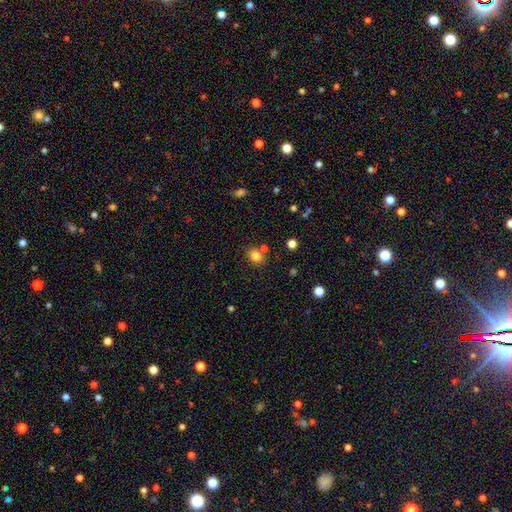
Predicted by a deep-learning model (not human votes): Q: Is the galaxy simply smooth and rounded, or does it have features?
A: smooth — 81%.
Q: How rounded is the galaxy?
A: round — 59%.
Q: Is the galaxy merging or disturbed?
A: none — 70%.